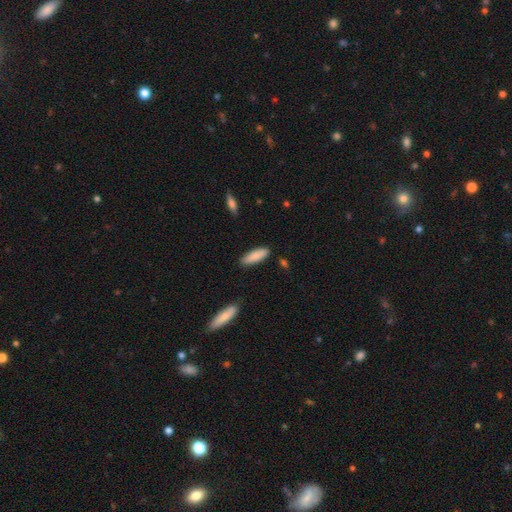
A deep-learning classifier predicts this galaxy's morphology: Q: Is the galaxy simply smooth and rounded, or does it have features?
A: smooth — 87%.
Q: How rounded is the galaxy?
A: cigar-shaped — 50%.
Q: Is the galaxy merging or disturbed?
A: none — 86%.